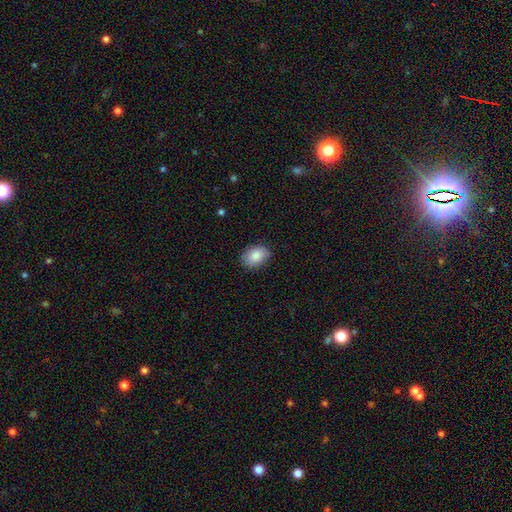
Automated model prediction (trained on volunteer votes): Smooth or featured: smooth — 86% (star or artifact — 7%)
How rounded: in between — 77% (round — 22%)
Merging: none — 84% (minor disturbance — 12%)